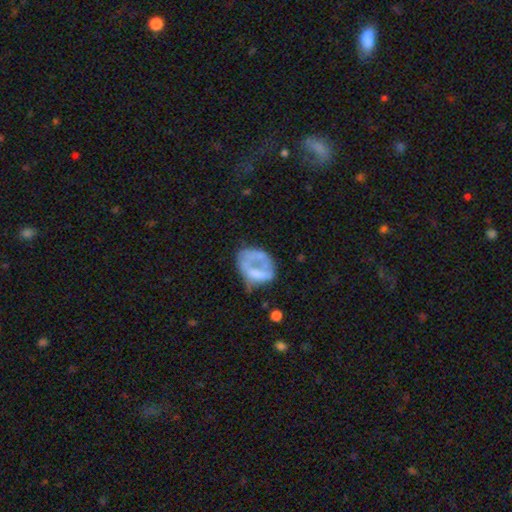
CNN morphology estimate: This is possibly a featured or disk galaxy (46%). Merging: marginally major disturbance (41%).